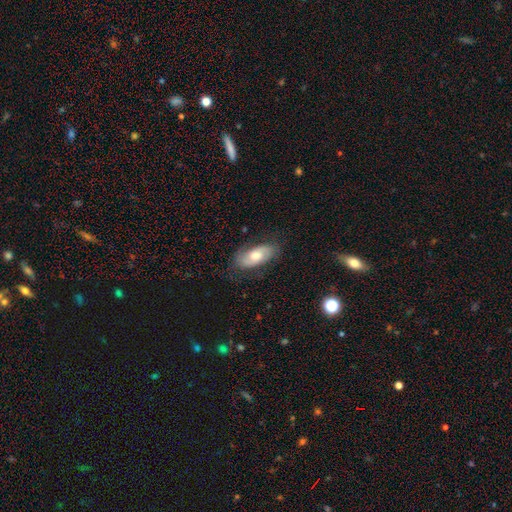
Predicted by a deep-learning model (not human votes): Morphology: type=featured or disk (47%); merging=none (74%).